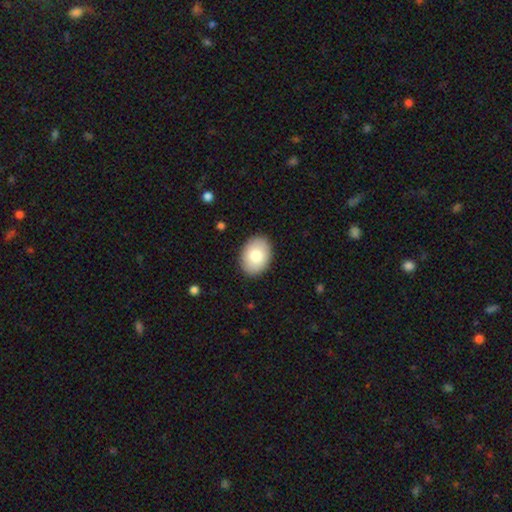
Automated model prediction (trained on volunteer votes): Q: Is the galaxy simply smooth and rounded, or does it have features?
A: smooth — 83%.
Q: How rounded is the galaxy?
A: in between — 79%.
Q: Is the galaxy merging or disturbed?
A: none — 89%.